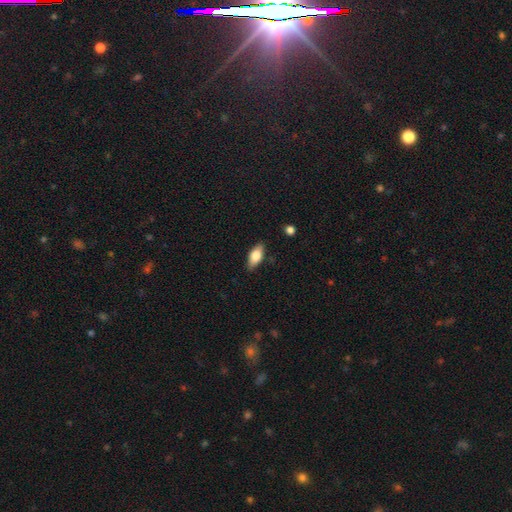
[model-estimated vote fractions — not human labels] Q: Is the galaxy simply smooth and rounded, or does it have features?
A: smooth — 74%.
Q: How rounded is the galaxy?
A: in between — 83%.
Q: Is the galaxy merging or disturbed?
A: none — 84%.